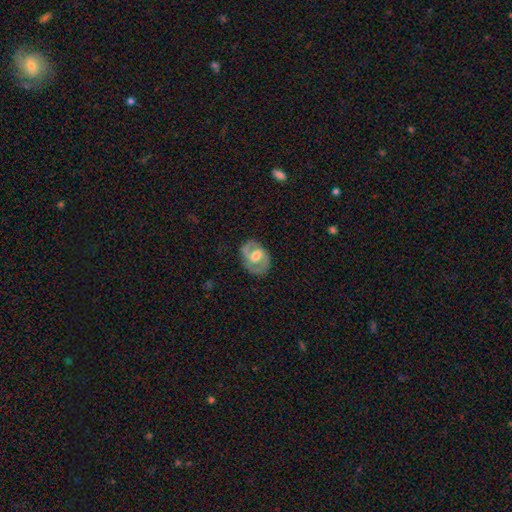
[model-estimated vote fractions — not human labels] A featured or disk galaxy (76%) with a weak bar (48%), 2 (87%) medium (51%) spiral arms (85%) and a moderate central bulge (56%). Merging: none (78%).